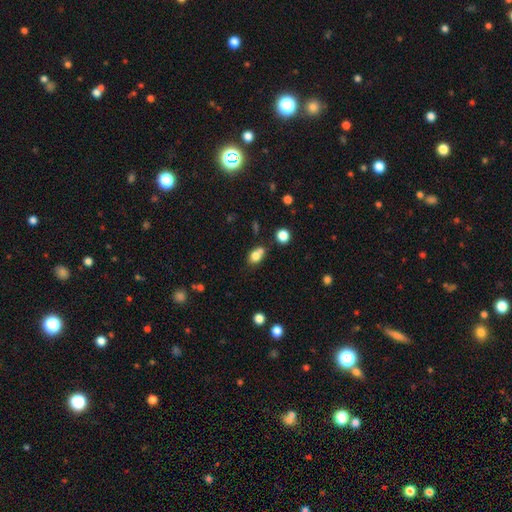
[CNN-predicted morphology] smooth_or_featured: smooth (p=0.78) [alt: star or artifact p=0.11]
how_rounded: in between (p=0.60) [alt: round p=0.38]
merging: none (p=0.45) [alt: merger p=0.37]